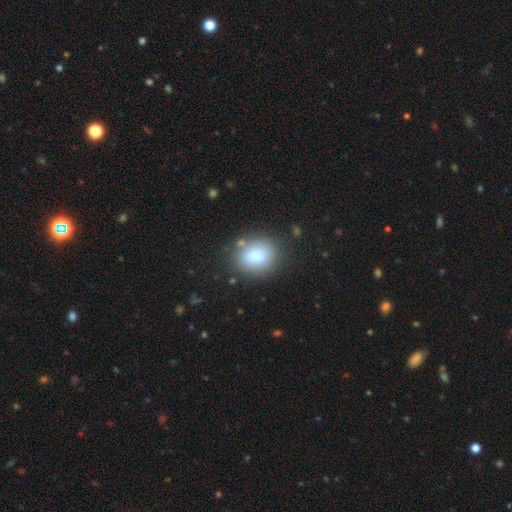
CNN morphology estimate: smooth-or-featured: smooth: 78% | featured or disk: 12% | star or artifact: 10%
  how-rounded: round: 59% | in between: 40% | cigar-shaped: 1%
  merging: none: 78% | minor disturbance: 13% | merger: 5% | major disturbance: 4%